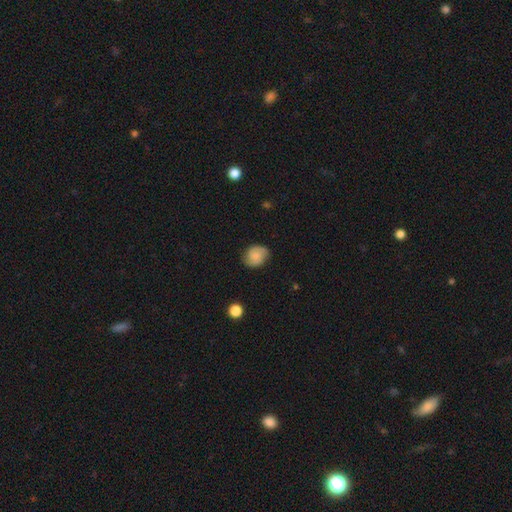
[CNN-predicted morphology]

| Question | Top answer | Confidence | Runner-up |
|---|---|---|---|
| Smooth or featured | smooth | 55% | featured or disk (36%) |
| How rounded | round | 60% | in between (39%) |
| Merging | none | 77% | minor disturbance (18%) |